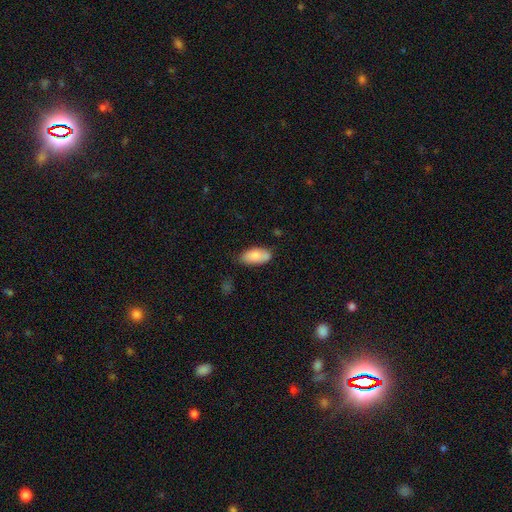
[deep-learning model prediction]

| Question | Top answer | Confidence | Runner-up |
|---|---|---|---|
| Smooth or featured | smooth | 83% | featured or disk (11%) |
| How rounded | in between | 92% | cigar-shaped (6%) |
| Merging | none | 66% | minor disturbance (25%) |